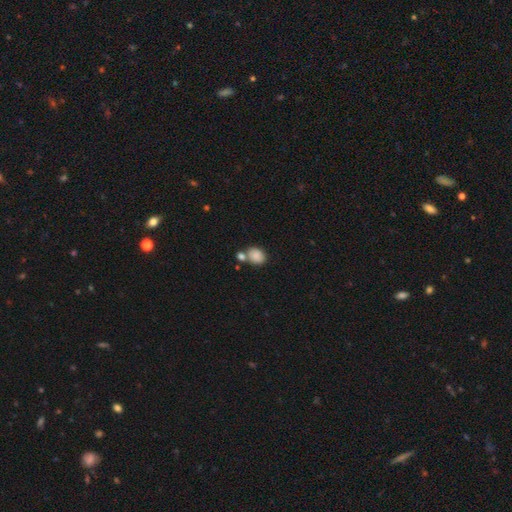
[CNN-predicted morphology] smooth 85%, star or artifact 9%, featured or disk 6%. Down the decision tree: how rounded — in between (57%); merging — none (49%).